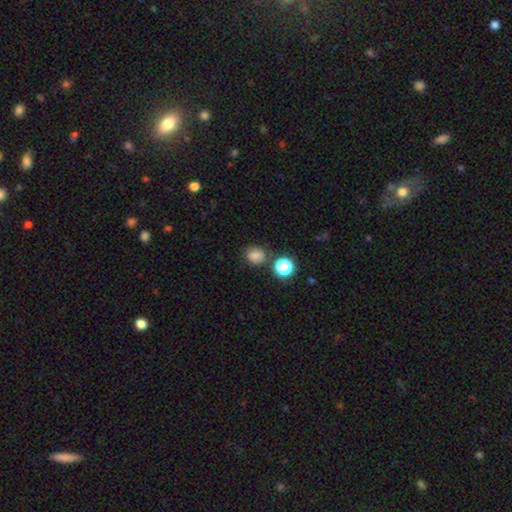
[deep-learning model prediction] This is likely a smooth galaxy (79%). How rounded: likely round (76%). Merging: likely none (76%).